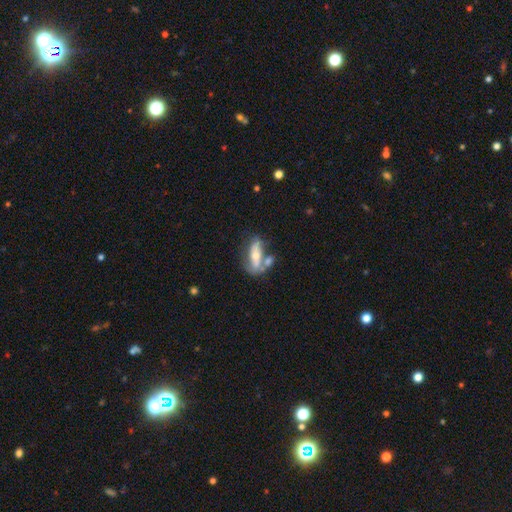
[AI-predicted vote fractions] Overall: featured or disk (53%; smooth 40%). Edge-on disk: no (63%; yes 37%). Merging: none (40%; merger 33%).